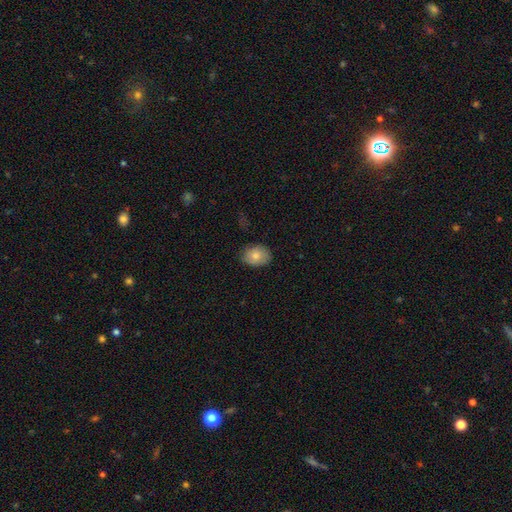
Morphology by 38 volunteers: smooth 76%, featured or disk 16%, star or artifact 8%. Down the decision tree: how rounded — in between (66%); merging — none (77%).